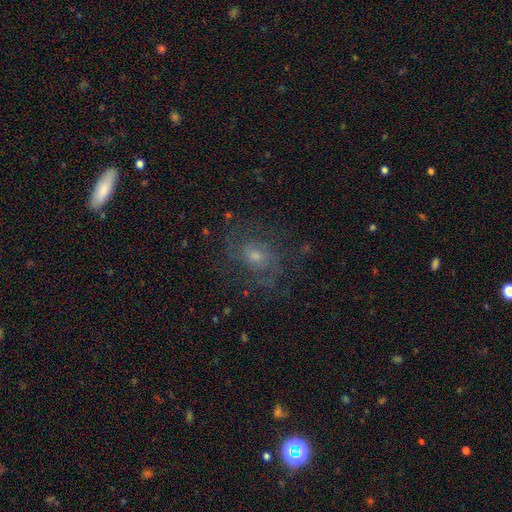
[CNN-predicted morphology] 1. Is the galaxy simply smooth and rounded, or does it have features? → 70% featured or disk, 17% smooth, 13% star or artifact.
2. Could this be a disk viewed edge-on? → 97% no, 3% yes.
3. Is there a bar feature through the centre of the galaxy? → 65% no, 30% weak, 5% strong.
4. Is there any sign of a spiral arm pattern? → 88% yes, 12% no.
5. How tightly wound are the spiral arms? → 47% medium, 36% tight, 16% loose.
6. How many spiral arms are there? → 46% 2, 30% can't tell, 12% 3, 5% 1, 5% 4, 4% more than 4.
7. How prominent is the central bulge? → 48% small, 43% moderate, 4% large, 3% none, 1% dominant.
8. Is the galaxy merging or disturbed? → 70% none, 16% minor disturbance, 13% major disturbance, 1% merger.